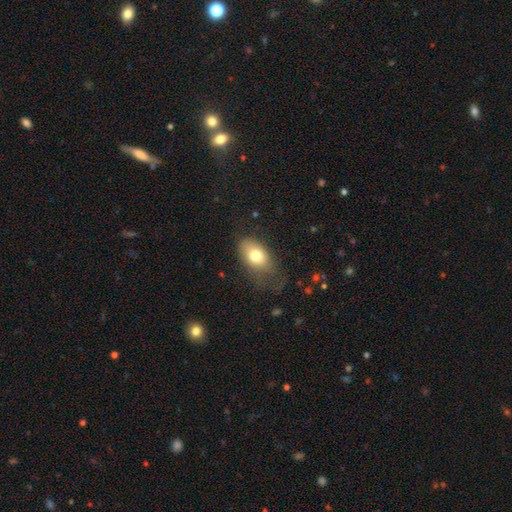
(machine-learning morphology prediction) Smooth or featured? Predicted: smooth (p=0.74). How rounded? Predicted: in between (p=0.86). Merging? Predicted: none (p=0.51).